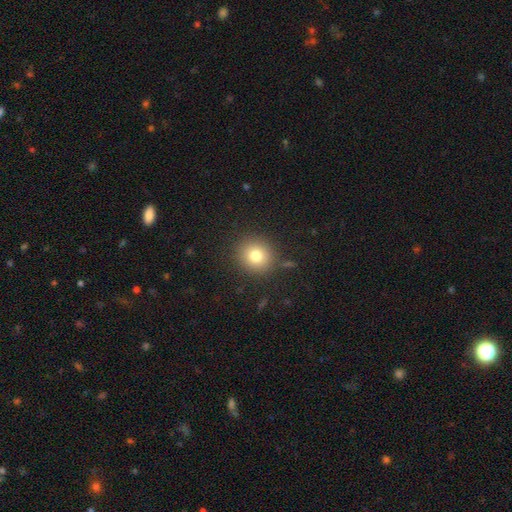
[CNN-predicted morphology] A smooth galaxy with no disk features (79%) that is round (88%). Merging: none (88%).